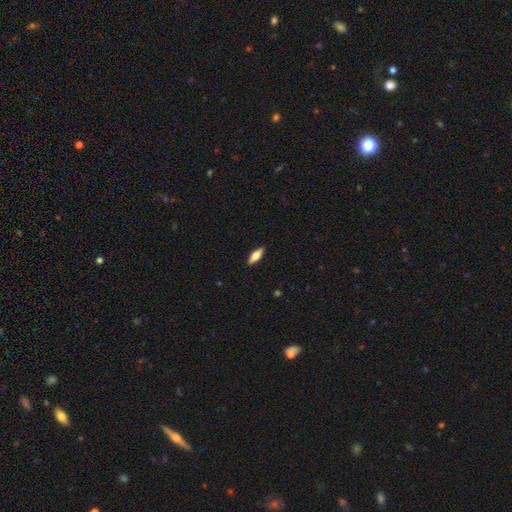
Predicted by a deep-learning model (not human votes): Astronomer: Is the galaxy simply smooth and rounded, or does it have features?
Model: smooth — 61%.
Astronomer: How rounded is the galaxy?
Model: in between — 65%.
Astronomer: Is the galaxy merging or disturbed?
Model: none — 90%.